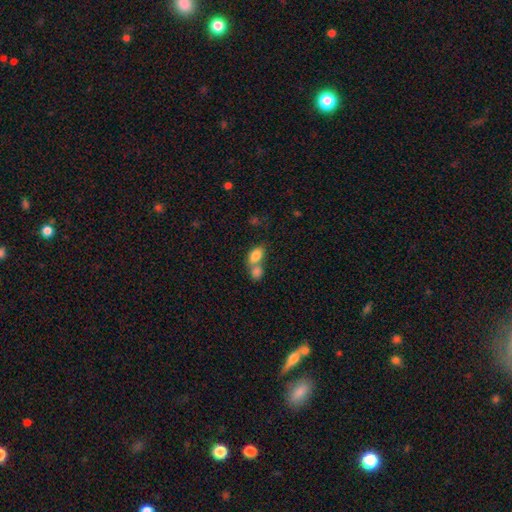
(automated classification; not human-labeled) Q: Smooth or featured?
A: smooth (82%); runner-up: featured or disk (10%)
Q: How rounded?
A: in between (85%); runner-up: round (13%)
Q: Merging?
A: merger (60%); runner-up: none (29%)